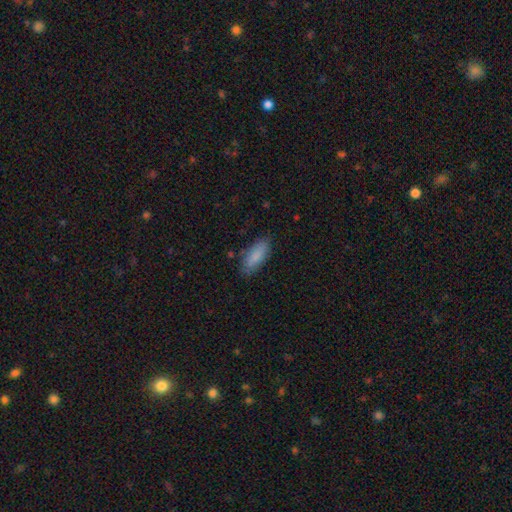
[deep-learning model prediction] Smooth or featured: smooth — 86% (featured or disk — 8%)
How rounded: in between — 77% (cigar-shaped — 21%)
Merging: none — 82% (minor disturbance — 14%)